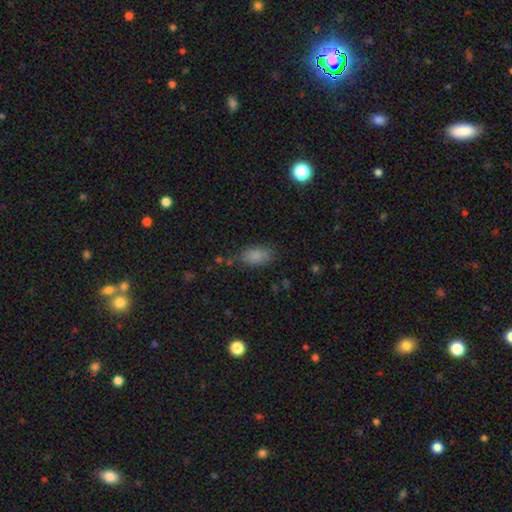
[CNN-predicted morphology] smooth-or-featured: smooth: 85% | star or artifact: 10% | featured or disk: 5%
  how-rounded: in between: 91% | round: 5% | cigar-shaped: 4%
  merging: none: 72% | minor disturbance: 20% | major disturbance: 5% | merger: 3%